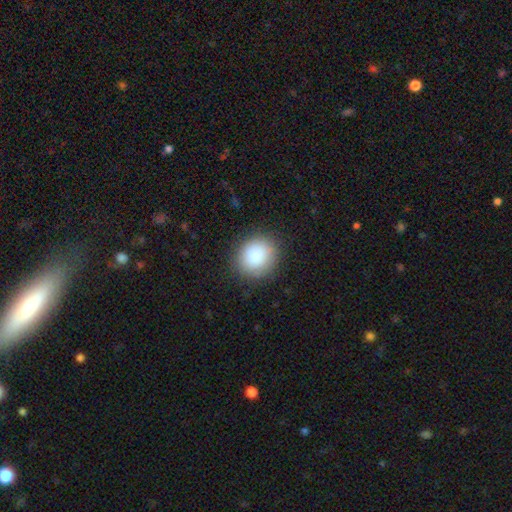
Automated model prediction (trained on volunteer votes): Q: Smooth or featured?
A: smooth (86%); runner-up: star or artifact (8%)
Q: How rounded?
A: round (77%); runner-up: in between (22%)
Q: Merging?
A: none (84%); runner-up: minor disturbance (10%)